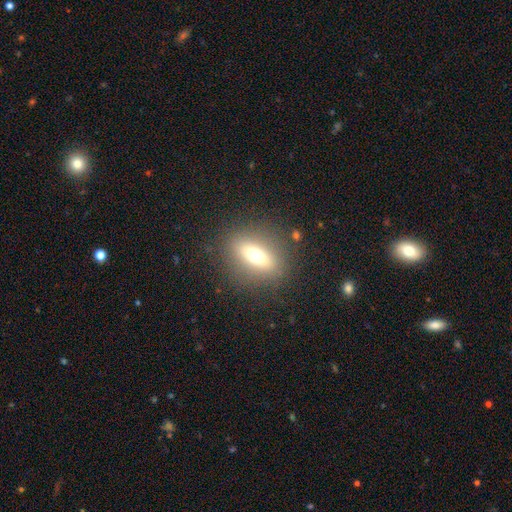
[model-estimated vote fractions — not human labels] smooth 60%, featured or disk 28%, star or artifact 12%. Down the decision tree: how rounded — in between (67%); merging — none (84%).